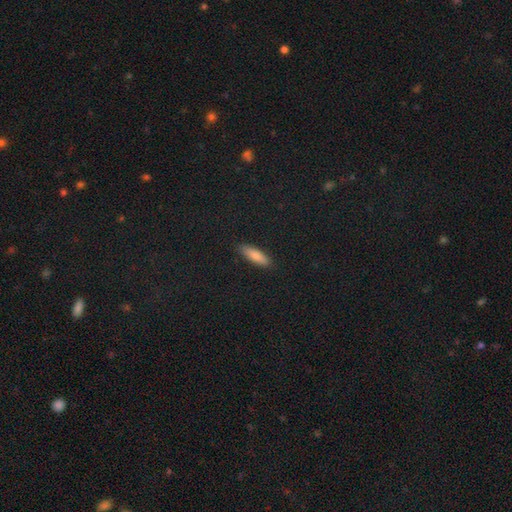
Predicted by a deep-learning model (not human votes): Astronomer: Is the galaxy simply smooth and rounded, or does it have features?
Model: smooth — 81%.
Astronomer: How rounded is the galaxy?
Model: in between — 52% (runner-up: cigar-shaped, 45%).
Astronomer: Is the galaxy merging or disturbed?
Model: none — 89%.